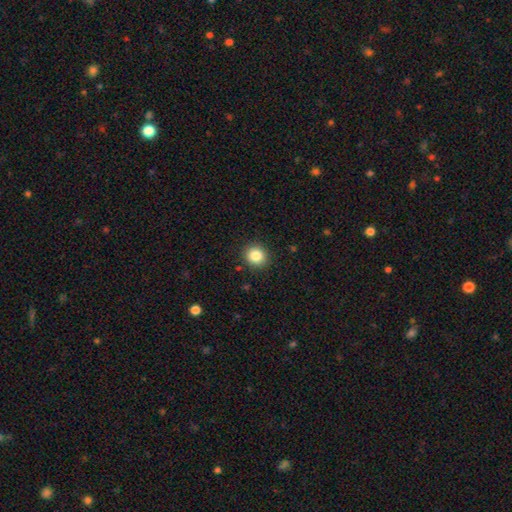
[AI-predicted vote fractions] This is clearly a smooth galaxy (85%). How rounded: clearly round (87%). Merging: clearly none (91%).